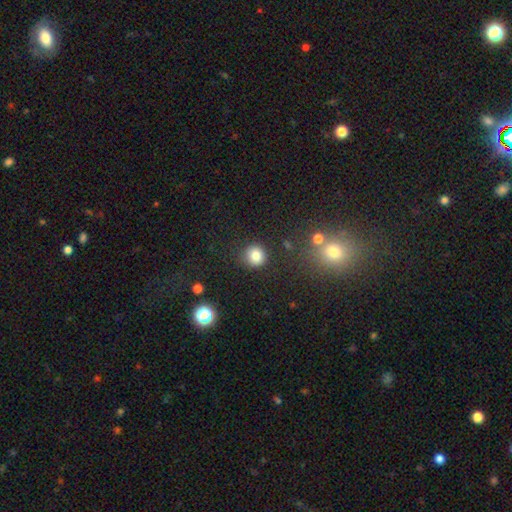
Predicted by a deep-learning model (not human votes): smooth_or_featured: smooth (p=0.81) [alt: star or artifact p=0.12]
how_rounded: round (p=0.90) [alt: in between p=0.09]
merging: none (p=0.86) [alt: minor disturbance p=0.08]